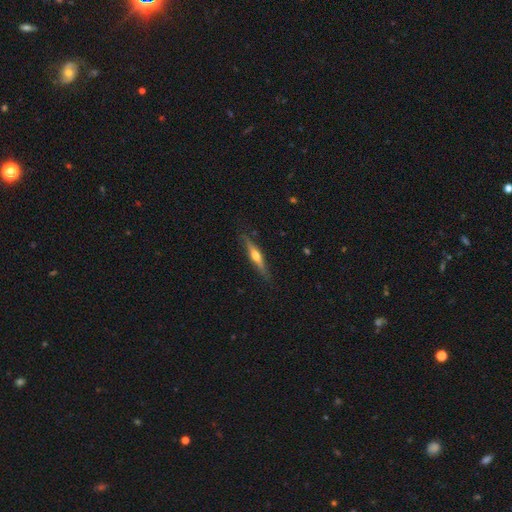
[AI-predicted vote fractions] Smooth or featured?
  - featured or disk: 64% *
  - smooth: 30%
  - star or artifact: 6%
Edge-on disk?
  - yes: 96% *
  - no: 4%
Edge-on bulge?
  - rounded: 91% *
  - none: 5%
  - boxy: 4%
Merging?
  - none: 85% *
  - minor disturbance: 11%
  - major disturbance: 2%
  - merger: 1%